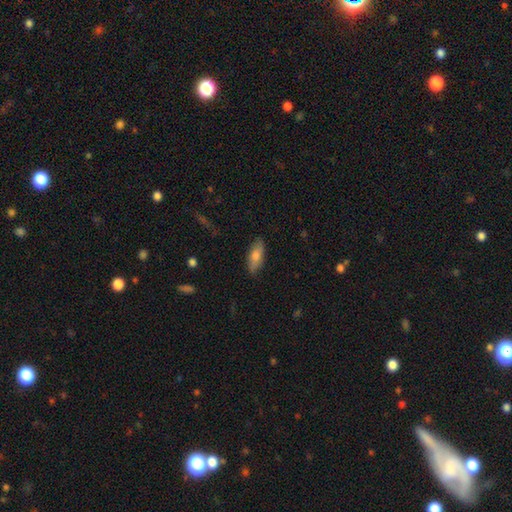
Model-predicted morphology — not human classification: Overall: smooth (72%). How rounded: in between (65%; cigar-shaped 32%). Merging: none (85%).